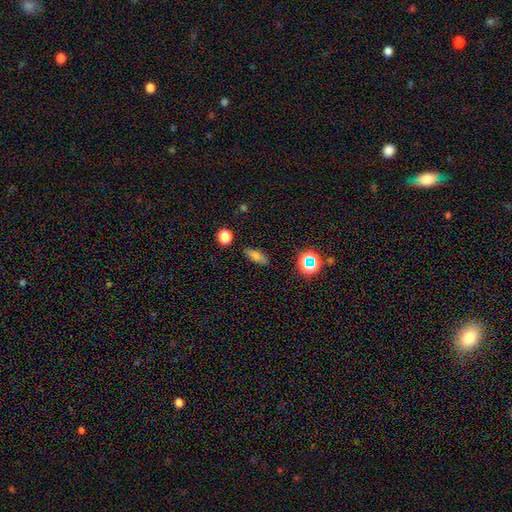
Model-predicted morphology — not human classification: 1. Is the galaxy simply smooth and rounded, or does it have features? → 74% smooth, 14% star or artifact, 12% featured or disk.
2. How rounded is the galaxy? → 70% in between, 24% cigar-shaped, 7% round.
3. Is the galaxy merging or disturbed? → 86% none, 10% minor disturbance, 3% major disturbance, 2% merger.